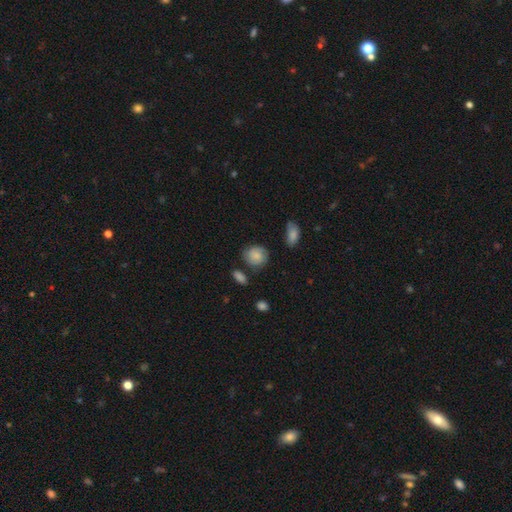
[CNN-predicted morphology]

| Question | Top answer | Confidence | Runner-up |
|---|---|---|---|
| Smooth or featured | smooth | 72% | featured or disk (20%) |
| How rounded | round | 72% | in between (27%) |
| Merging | none | 68% | minor disturbance (22%) |